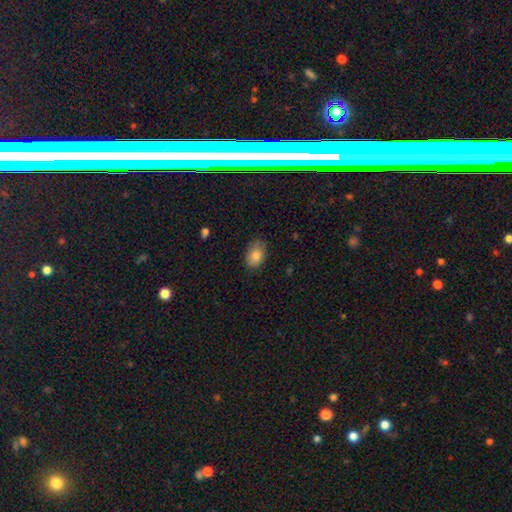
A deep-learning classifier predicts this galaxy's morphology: Overall: smooth (82%). How rounded: in between (87%). Merging: none (77%).